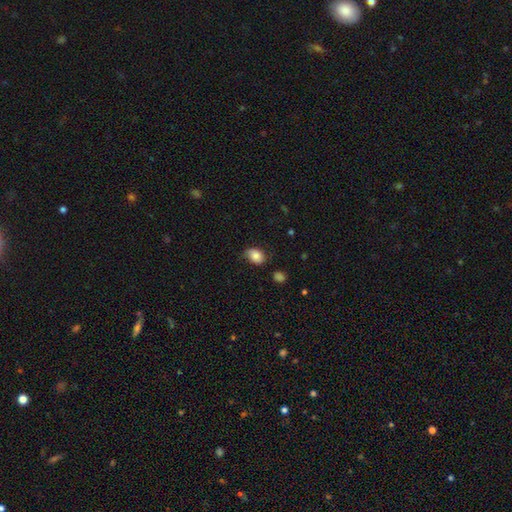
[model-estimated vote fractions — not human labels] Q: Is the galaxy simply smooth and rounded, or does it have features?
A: smooth — 81%.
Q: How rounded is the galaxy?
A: in between — 78%.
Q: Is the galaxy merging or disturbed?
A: none — 68%.